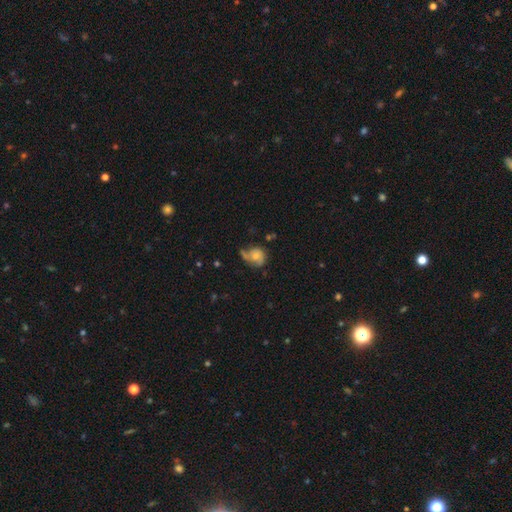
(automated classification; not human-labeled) Smooth or featured: featured or disk — 52% (smooth — 40%)
Edge-on disk: no — 97% (yes — 3%)
Bar: no — 78% (weak — 19%)
Spiral arms: yes — 80% (no — 20%)
Bulge size: small — 45% (moderate — 43%)
Merging: none — 41% (minor disturbance — 31%)